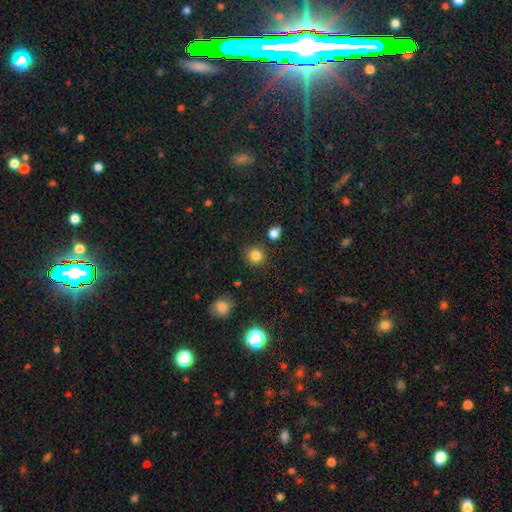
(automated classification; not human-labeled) Q: Smooth or featured?
A: smooth (84%); runner-up: star or artifact (12%)
Q: How rounded?
A: round (89%); runner-up: in between (10%)
Q: Merging?
A: none (85%); runner-up: minor disturbance (9%)